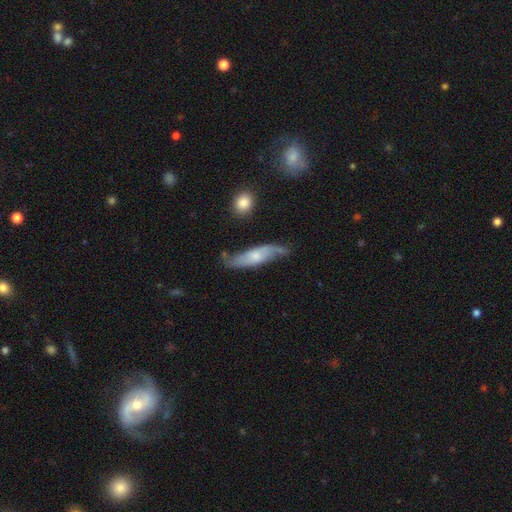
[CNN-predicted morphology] Smooth or featured? featured or disk (60%)
Edge-on disk? no (72%)
Merging? none (61%)